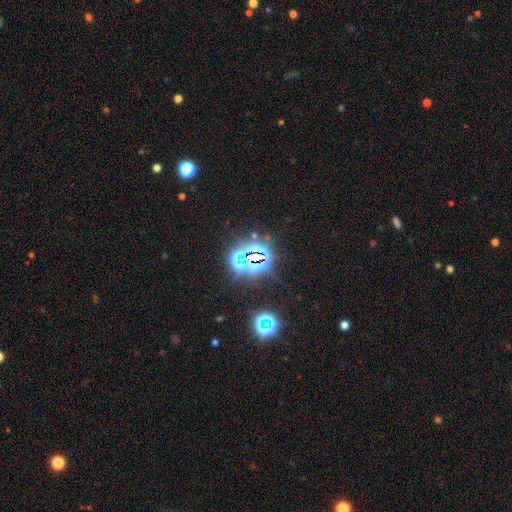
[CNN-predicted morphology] This is likely a star or artifact rather than a galaxy (79%).